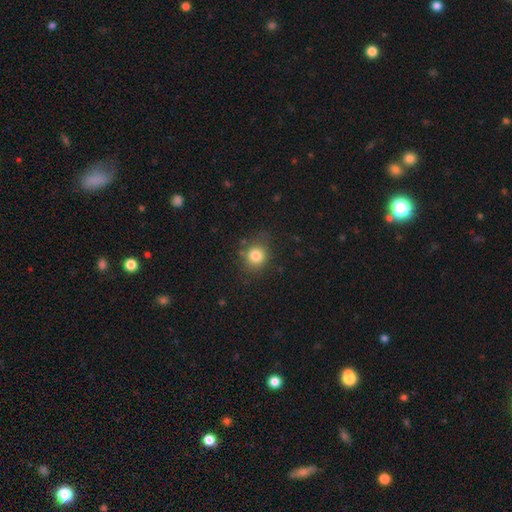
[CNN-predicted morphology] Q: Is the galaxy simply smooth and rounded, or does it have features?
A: smooth — 81%.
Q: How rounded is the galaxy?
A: round — 74%.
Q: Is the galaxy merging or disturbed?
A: none — 75%.